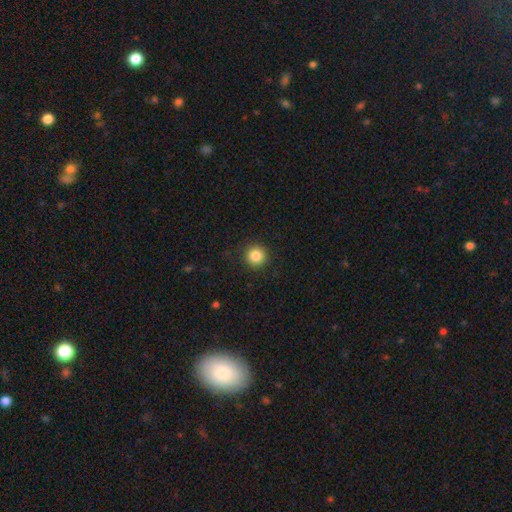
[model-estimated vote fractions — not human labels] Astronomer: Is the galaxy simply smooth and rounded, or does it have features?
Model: smooth — 86%.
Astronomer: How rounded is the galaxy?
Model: round — 94%.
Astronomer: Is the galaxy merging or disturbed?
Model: none — 91%.